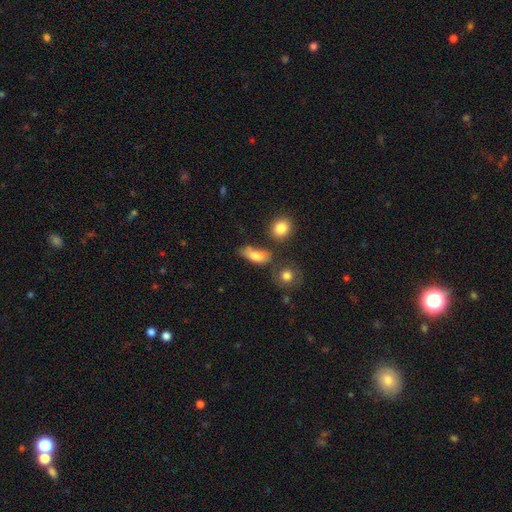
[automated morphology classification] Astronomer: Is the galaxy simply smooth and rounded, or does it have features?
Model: smooth — 79%.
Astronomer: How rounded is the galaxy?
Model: in between — 77%.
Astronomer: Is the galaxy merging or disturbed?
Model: none — 57%.